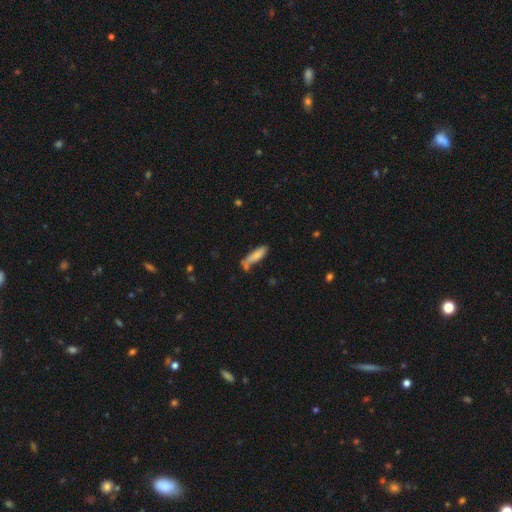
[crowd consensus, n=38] Smooth or featured? smooth (71%)
How rounded? in between (52%)
Merging? none (66%)